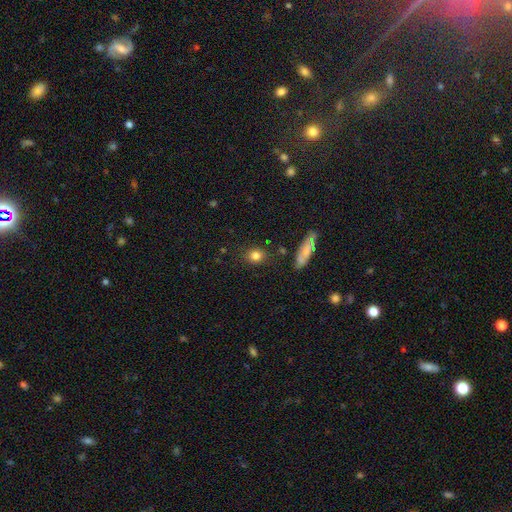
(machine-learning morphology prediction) The model was most divided on "how rounded": round: 66%, in between: 31%, cigar-shaped: 2%. More confident: merging — none (83%); smooth or featured — smooth (82%).